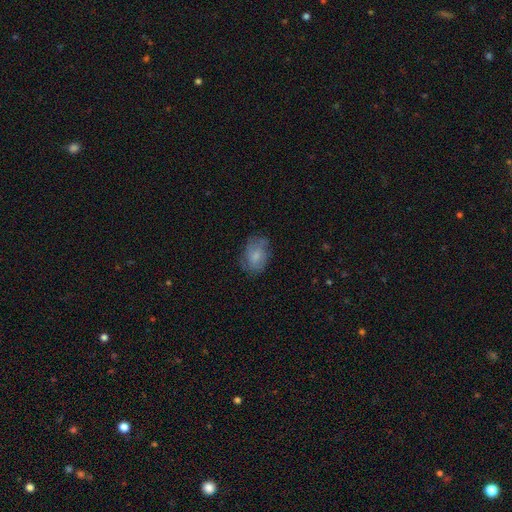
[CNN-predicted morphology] Overall: smooth (67%). How rounded: in between (79%). Merging: none (62%; minor disturbance 26%).